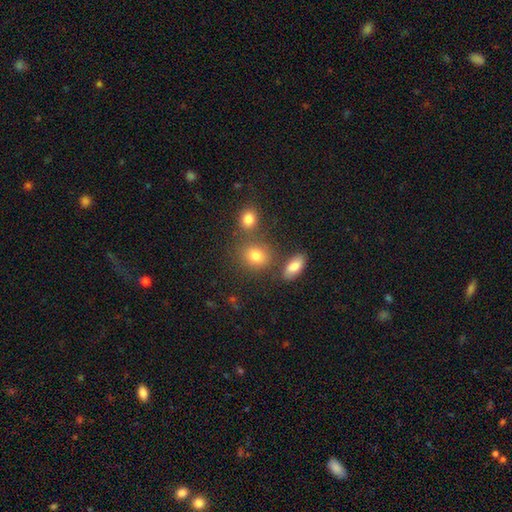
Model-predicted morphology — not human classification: This appears to be a smooth galaxy with no disk features (79%) that is round (64%). Merging: none (67%).